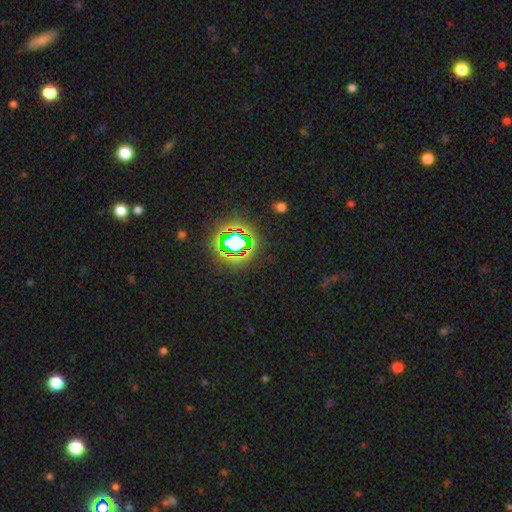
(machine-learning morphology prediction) Smooth or featured? star or artifact (80%)